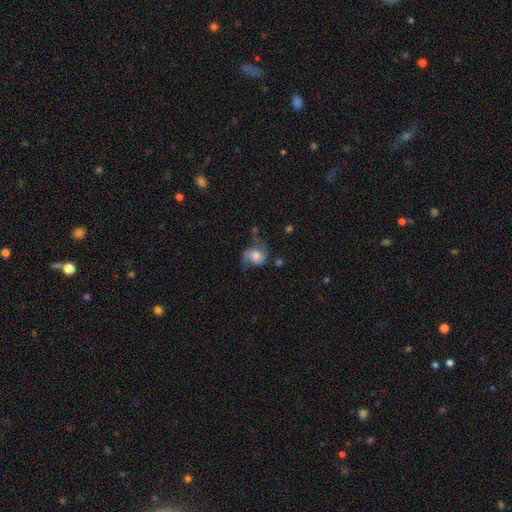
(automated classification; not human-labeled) smooth-or-featured: featured or disk: 46% | smooth: 45% | star or artifact: 9%
  merging: none: 41% | minor disturbance: 28% | major disturbance: 26% | merger: 5%